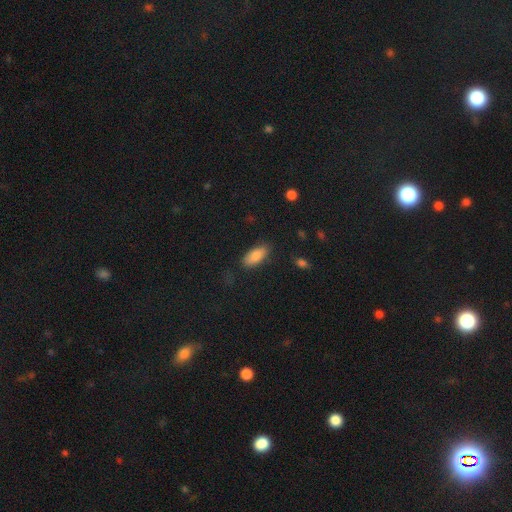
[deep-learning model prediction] Overall: smooth (83%). How rounded: in between (84%). Merging: none (82%).